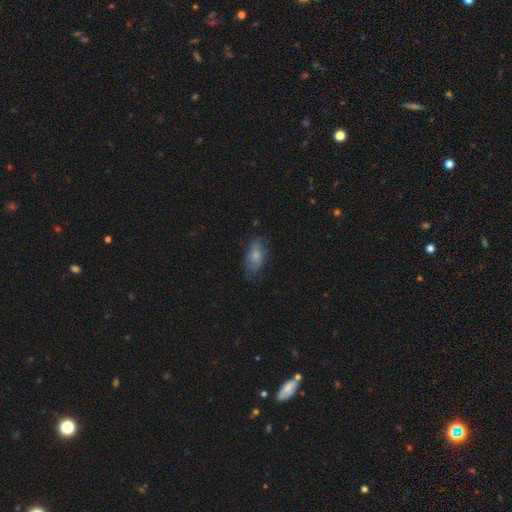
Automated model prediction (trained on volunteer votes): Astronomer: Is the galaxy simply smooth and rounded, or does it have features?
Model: smooth — 68%.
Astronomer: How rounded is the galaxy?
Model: in between — 86%.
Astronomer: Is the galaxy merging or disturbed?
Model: none — 67%.